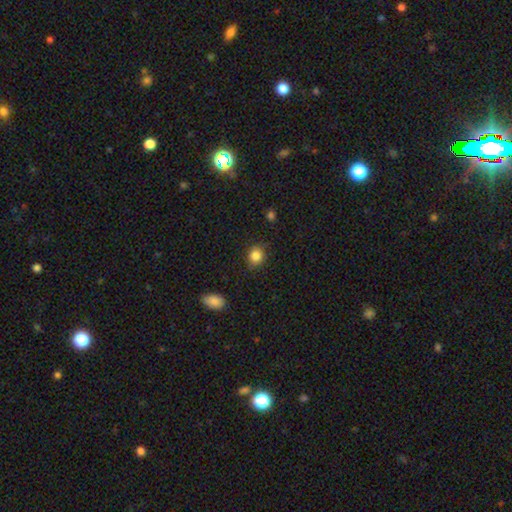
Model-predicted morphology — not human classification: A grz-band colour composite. It shows a smooth galaxy with no disk features (85%) that is round (79%). Merging: none (81%).